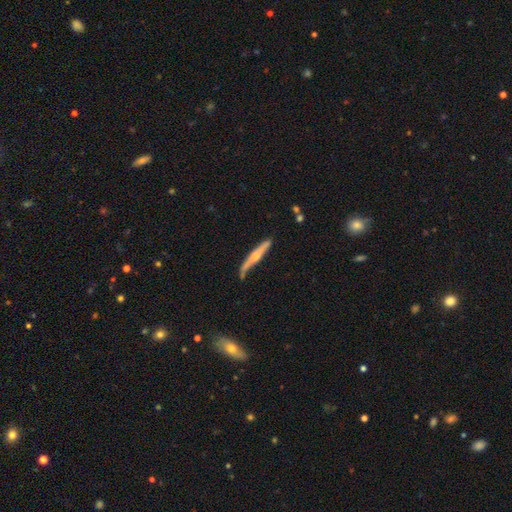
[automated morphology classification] Q: Smooth or featured?
A: featured or disk (57%); runner-up: smooth (39%)
Q: Edge-on disk?
A: yes (92%); runner-up: no (8%)
Q: Edge-on bulge?
A: rounded (81%); runner-up: none (13%)
Q: Merging?
A: none (63%); runner-up: minor disturbance (26%)